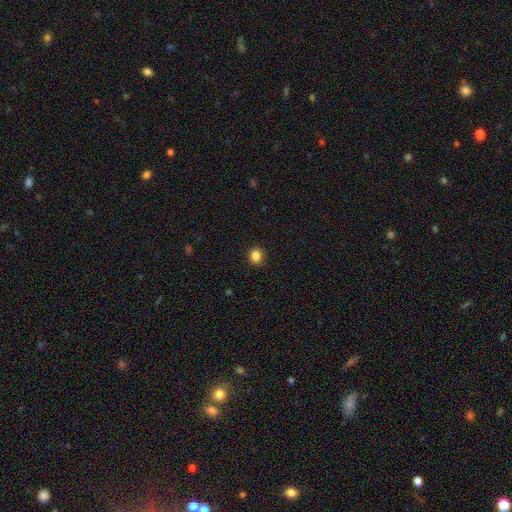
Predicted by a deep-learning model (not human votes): Overall: smooth (85%). How rounded: round (79%). Merging: none (90%).